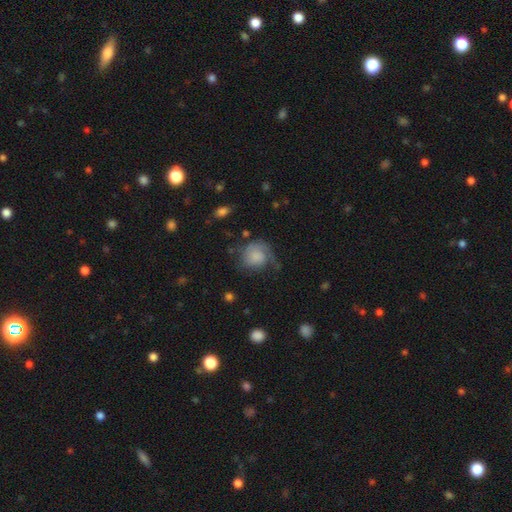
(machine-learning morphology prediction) Smooth or featured? featured or disk (47%)
Merging? none (43%)